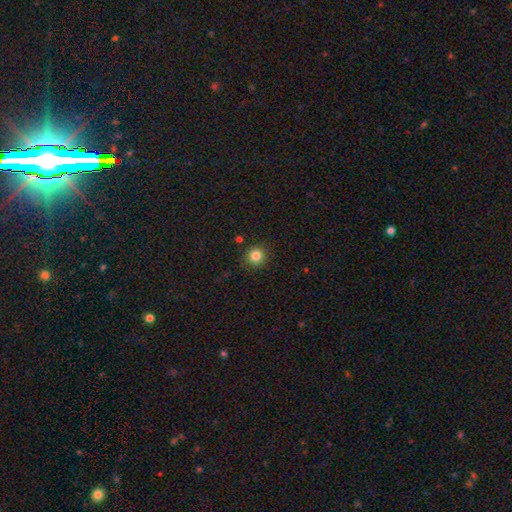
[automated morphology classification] Overall: smooth (84%). How rounded: round (92%). Merging: none (88%).